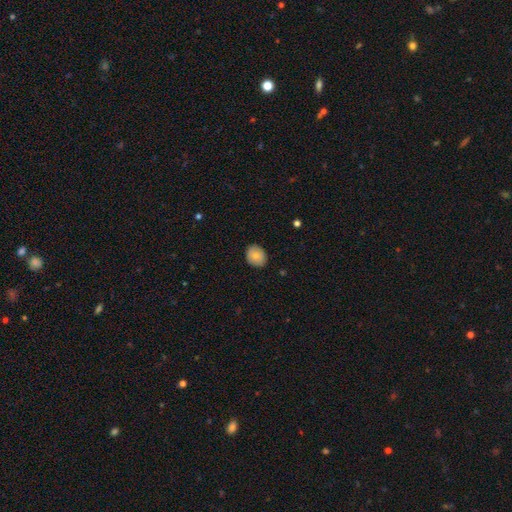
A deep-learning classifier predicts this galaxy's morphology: Smooth or featured? Predicted: smooth (p=0.81). How rounded? Predicted: round (p=0.55). Merging? Predicted: none (p=0.86).